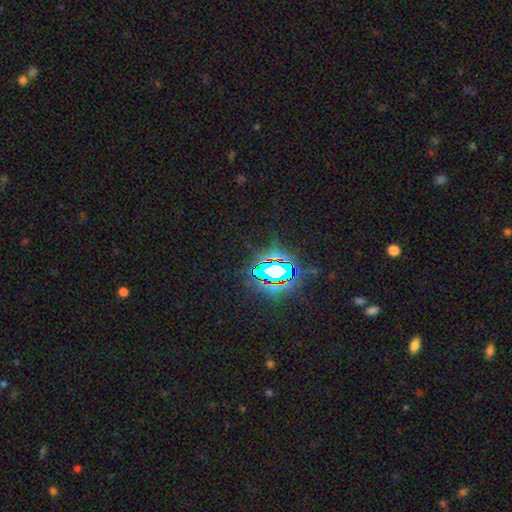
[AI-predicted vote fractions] smooth-or-featured: star or artifact: 82% | smooth: 11% | featured or disk: 7%